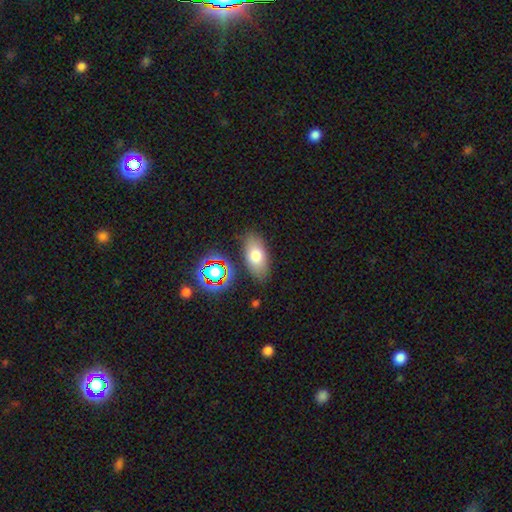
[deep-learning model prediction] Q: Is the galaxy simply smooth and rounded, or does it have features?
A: smooth — 72%.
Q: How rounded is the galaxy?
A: in between — 89%.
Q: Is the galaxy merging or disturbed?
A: none — 82%.